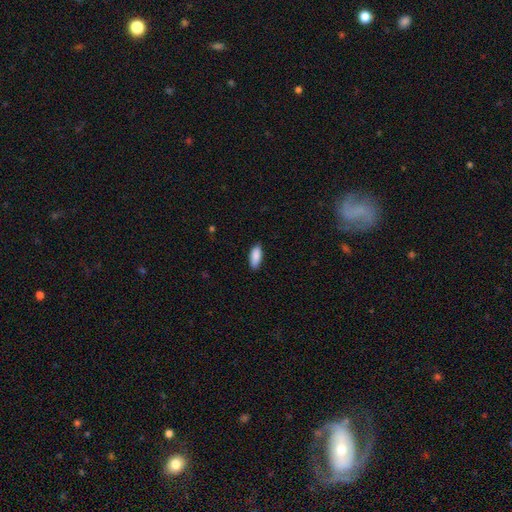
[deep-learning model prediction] Smooth or featured? Predicted: smooth (p=0.90). How rounded? Predicted: in between (p=0.81). Merging? Predicted: none (p=0.86).